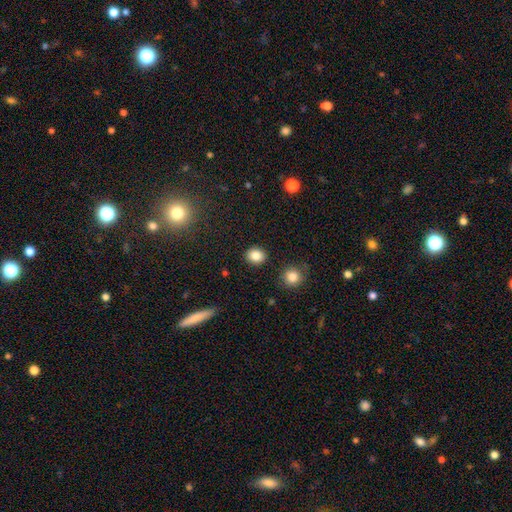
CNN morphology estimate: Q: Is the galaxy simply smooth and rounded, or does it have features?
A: smooth — 85%.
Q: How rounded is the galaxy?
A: round — 69%.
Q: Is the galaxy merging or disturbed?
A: none — 89%.